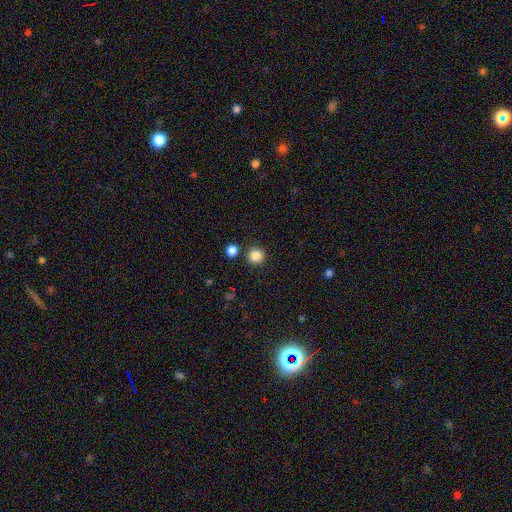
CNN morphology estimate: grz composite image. It shows a smooth galaxy with no disk features (85%) that is round (94%). Merging: none (86%).